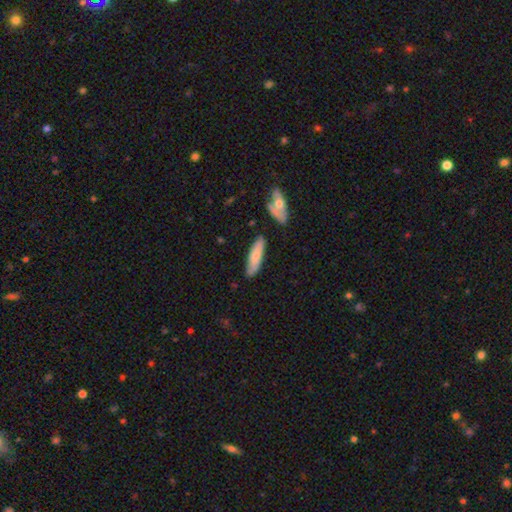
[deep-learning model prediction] Overall: smooth (73%). How rounded: cigar-shaped (60%; in between 38%). Merging: none (81%).